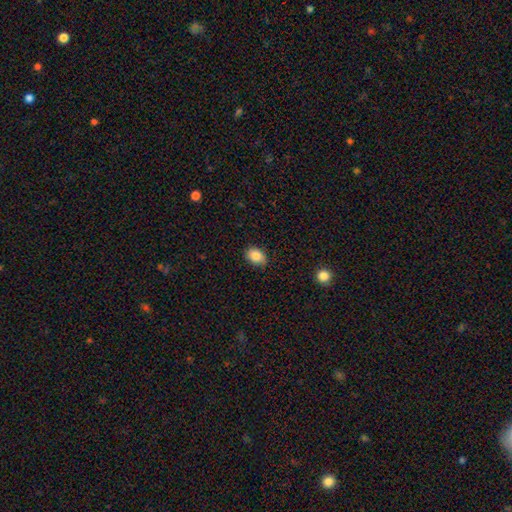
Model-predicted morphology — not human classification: smooth-or-featured: smooth: 86% | star or artifact: 9% | featured or disk: 5%
  how-rounded: in between: 71% | round: 28% | cigar-shaped: 1%
  merging: none: 83% | minor disturbance: 13% | major disturbance: 2% | merger: 1%